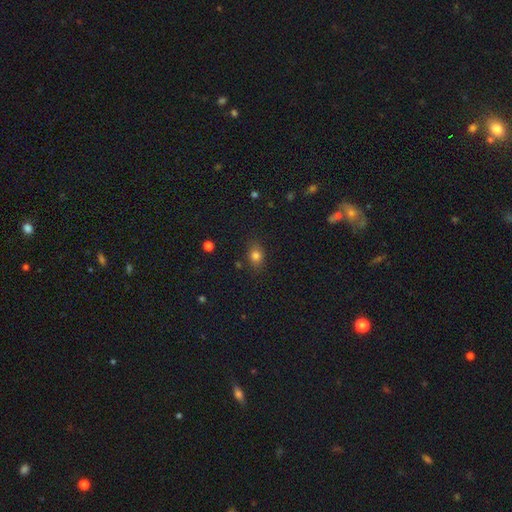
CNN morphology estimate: type=smooth (79%); roundness=in between (63%); merging=none (83%).